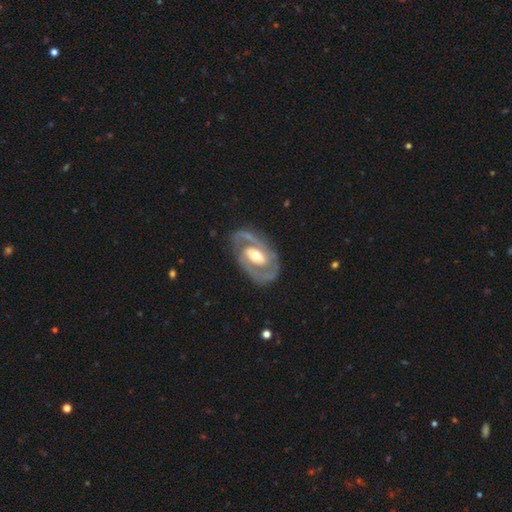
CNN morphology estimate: Q: Smooth or featured?
A: featured or disk (82%); runner-up: smooth (14%)
Q: Edge-on disk?
A: no (95%); runner-up: yes (5%)
Q: Bar?
A: no (36%); runner-up: weak (35%)
Q: Spiral arms?
A: yes (77%); runner-up: no (23%)
Q: Spiral winding?
A: tight (43%); tied with: medium (43%)
Q: Spiral arm count?
A: 2 (79%); runner-up: can't tell (9%)
Q: Bulge size?
A: moderate (67%); runner-up: large (17%)
Q: Merging?
A: none (78%); runner-up: minor disturbance (14%)